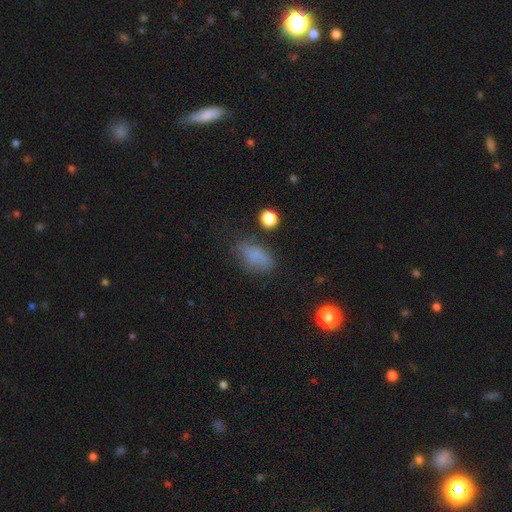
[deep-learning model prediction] Q: Smooth or featured?
A: smooth (77%); runner-up: star or artifact (13%)
Q: How rounded?
A: in between (85%); runner-up: round (9%)
Q: Merging?
A: none (65%); runner-up: minor disturbance (22%)